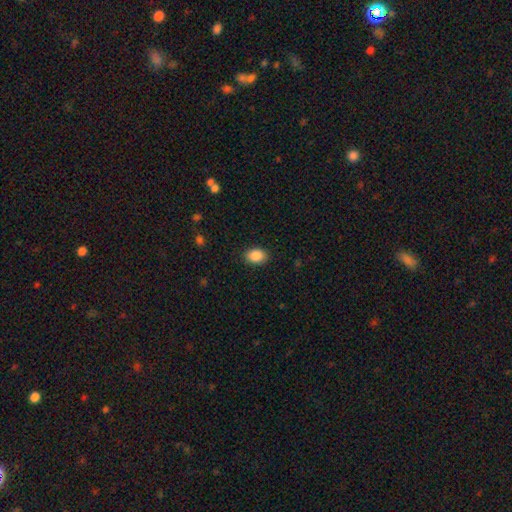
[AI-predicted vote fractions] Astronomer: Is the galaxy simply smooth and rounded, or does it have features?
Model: smooth — 88%.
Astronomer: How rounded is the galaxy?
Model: in between — 76%.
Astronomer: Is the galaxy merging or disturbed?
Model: none — 88%.